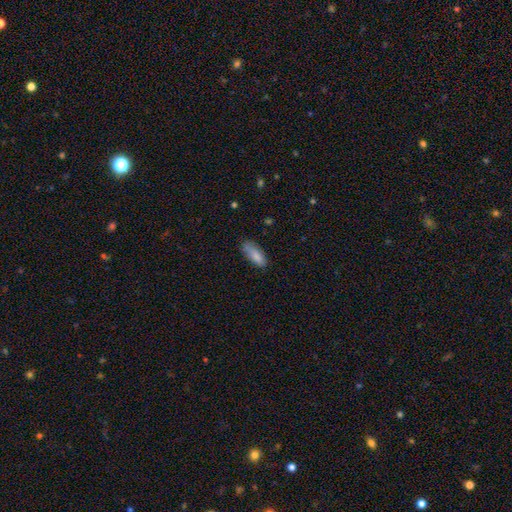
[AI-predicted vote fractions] Smooth or featured?
  - smooth: 83% *
  - featured or disk: 10%
  - star or artifact: 7%
How rounded?
  - in between: 72% *
  - cigar-shaped: 27%
  - round: 2%
Merging?
  - none: 67% *
  - minor disturbance: 25%
  - major disturbance: 6%
  - merger: 2%